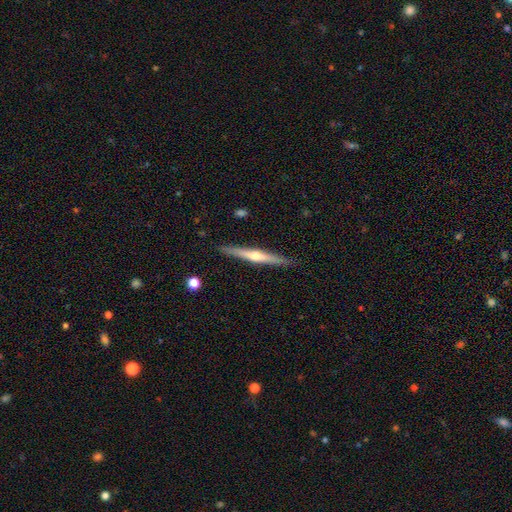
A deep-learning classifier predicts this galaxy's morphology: Q: Smooth or featured?
A: featured or disk (65%); runner-up: smooth (29%)
Q: Edge-on disk?
A: yes (97%); runner-up: no (3%)
Q: Edge-on bulge?
A: rounded (85%); runner-up: none (12%)
Q: Merging?
A: none (90%); runner-up: minor disturbance (8%)